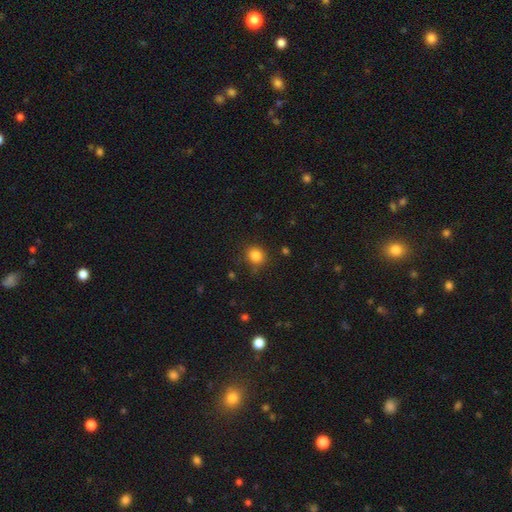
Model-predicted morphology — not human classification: Smooth or featured? smooth (84%)
How rounded? round (80%)
Merging? none (83%)